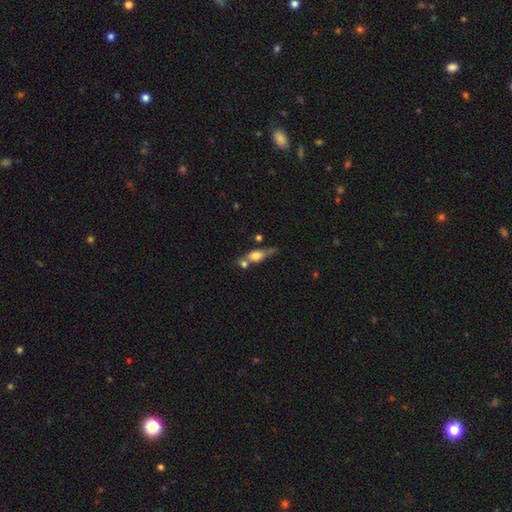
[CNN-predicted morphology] This appears to be a smooth galaxy with no disk features (52%) that is in between round and cigar-shaped (48%). Merging: none (43%).